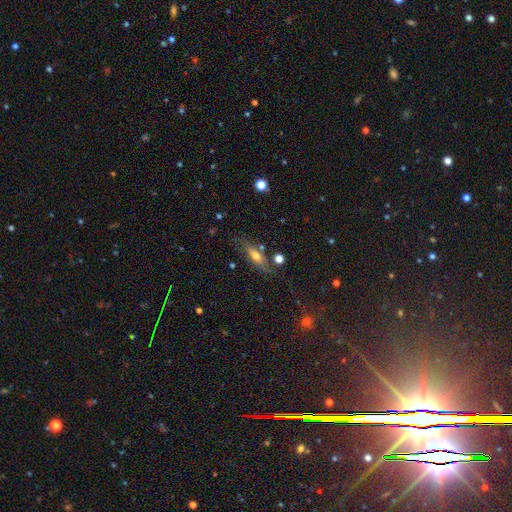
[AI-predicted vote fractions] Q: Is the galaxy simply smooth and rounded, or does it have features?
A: smooth — 53%.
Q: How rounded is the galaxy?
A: cigar-shaped — 53%.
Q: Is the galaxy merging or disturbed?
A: none — 72%.